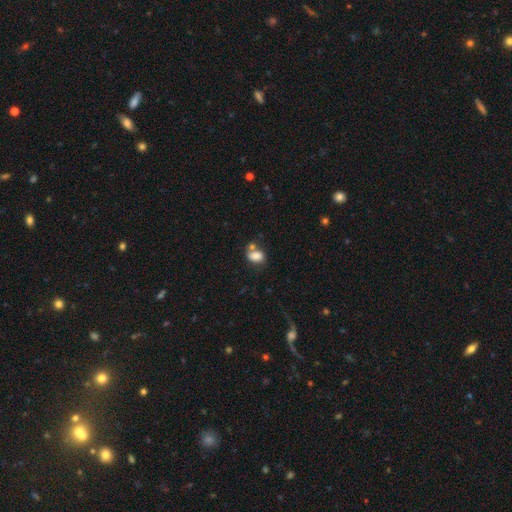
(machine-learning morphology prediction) smooth-or-featured: smooth: 78% | featured or disk: 12% | star or artifact: 10%
  how-rounded: in between: 79% | round: 19% | cigar-shaped: 2%
  merging: none: 41% | merger: 34% | minor disturbance: 17% | major disturbance: 8%